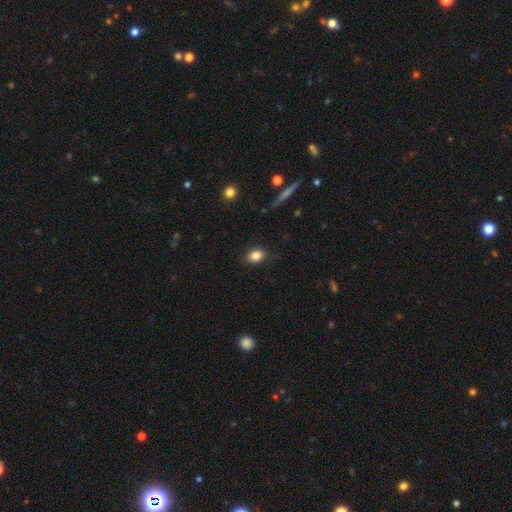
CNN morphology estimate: Q: Smooth or featured?
A: smooth (84%); runner-up: star or artifact (10%)
Q: How rounded?
A: in between (63%); runner-up: round (35%)
Q: Merging?
A: none (82%); runner-up: minor disturbance (14%)